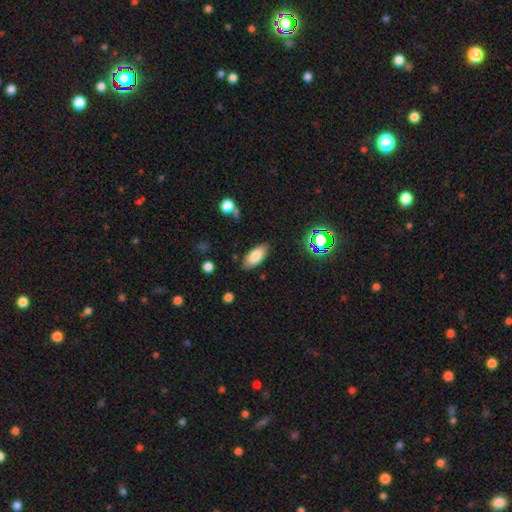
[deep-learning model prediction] A smooth galaxy with no disk features (81%) that is in between round and cigar-shaped (88%). Merging: none (83%).